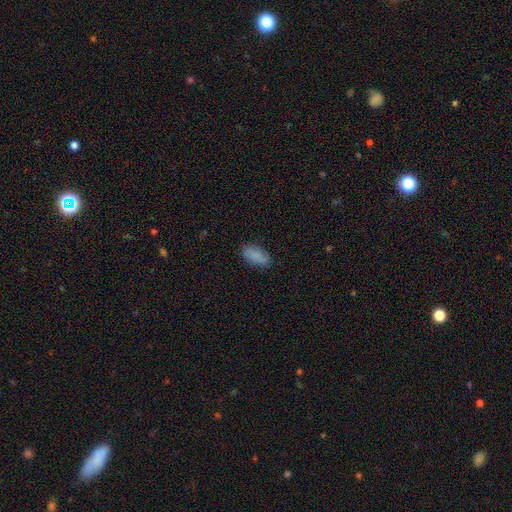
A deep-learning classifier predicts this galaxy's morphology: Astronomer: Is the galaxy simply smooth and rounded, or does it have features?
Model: smooth — 86%.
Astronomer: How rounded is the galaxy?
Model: in between — 90%.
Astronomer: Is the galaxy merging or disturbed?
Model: none — 82%.